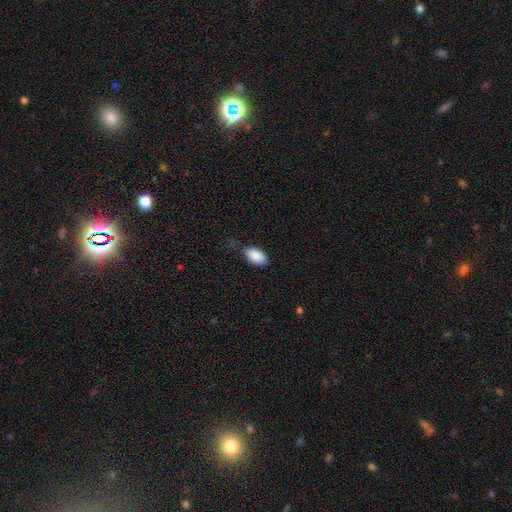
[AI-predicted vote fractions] The model was most divided on "merging": none: 76%, minor disturbance: 18%, major disturbance: 4%, merger: 2%. More confident: how rounded — in between (95%); smooth or featured — smooth (90%).